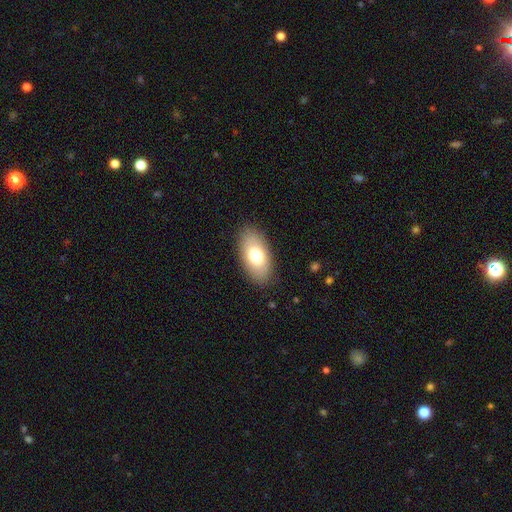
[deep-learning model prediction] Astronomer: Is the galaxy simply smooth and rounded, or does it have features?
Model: smooth — 75%.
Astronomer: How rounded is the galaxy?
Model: in between — 93%.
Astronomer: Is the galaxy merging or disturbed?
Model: none — 86%.